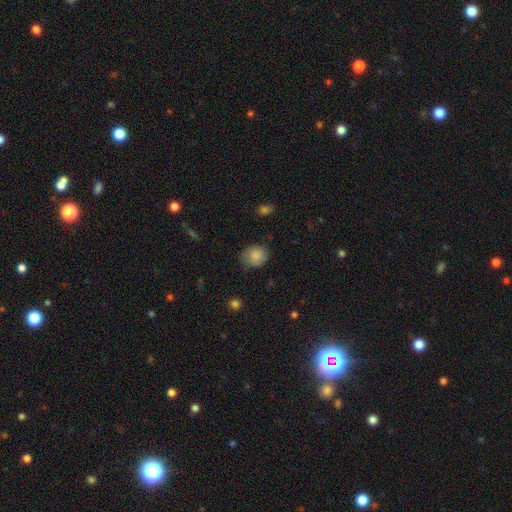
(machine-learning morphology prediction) smooth_or_featured: smooth (p=0.85) [alt: star or artifact p=0.09]
how_rounded: round (p=0.74) [alt: in between p=0.25]
merging: none (p=0.74) [alt: minor disturbance p=0.20]